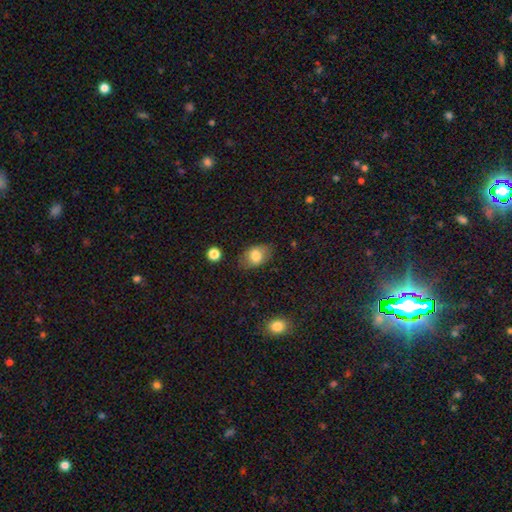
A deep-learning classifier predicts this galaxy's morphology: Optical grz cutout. It shows a smooth galaxy with no disk features (77%) that is in between round and cigar-shaped (83%). Merging: none (80%).